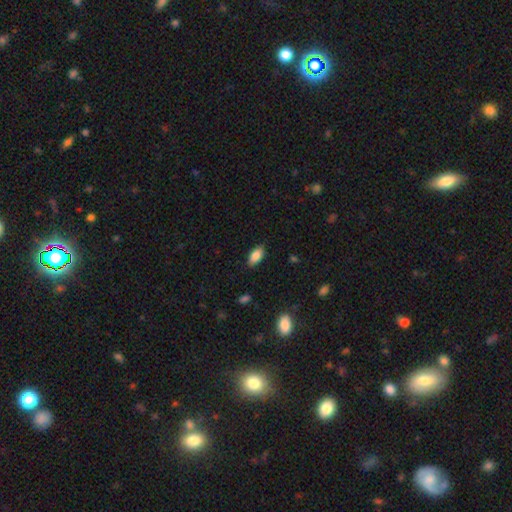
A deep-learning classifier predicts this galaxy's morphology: Smooth or featured?
  - smooth: 86% *
  - star or artifact: 7%
  - featured or disk: 7%
How rounded?
  - in between: 91% *
  - cigar-shaped: 6%
  - round: 3%
Merging?
  - none: 86% *
  - minor disturbance: 10%
  - major disturbance: 2%
  - merger: 1%